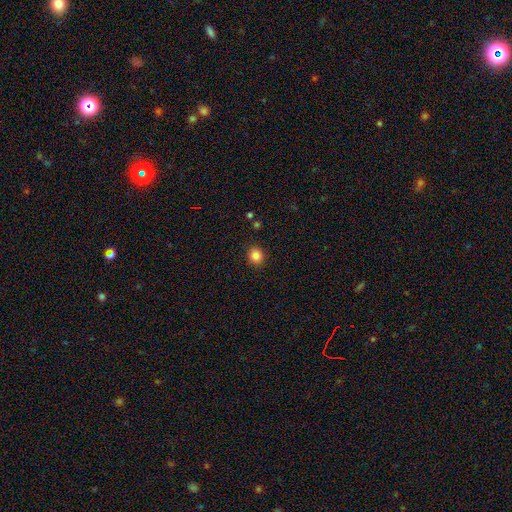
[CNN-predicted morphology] This appears to be a smooth galaxy with no disk features (85%) that is round (78%). Merging: none (90%).